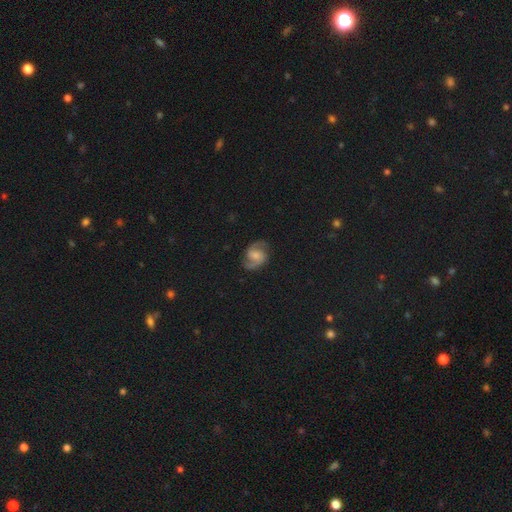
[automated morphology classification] This is clearly a featured or disk galaxy (87%). It is clearly not viewed edge-on (98%). Bar: possibly no (47%). Spiral arm pattern: clearly yes (98%). Spiral arm count: clearly 2 (94%). Spiral winding: likely medium (60%). Central bulge: marginally moderate (39%). Merging: clearly none (82%).